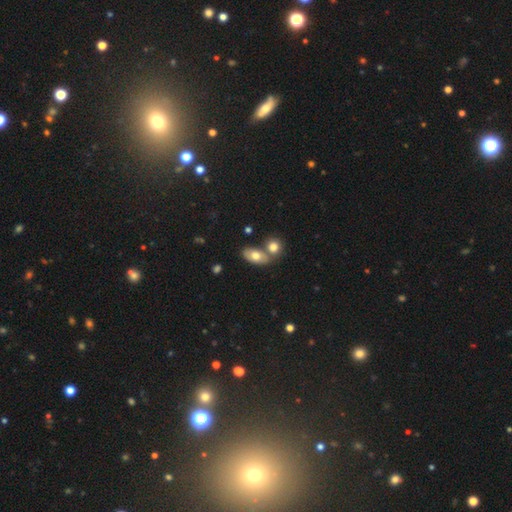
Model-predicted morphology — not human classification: A smooth galaxy with no disk features (69%) that is in between round and cigar-shaped (88%).

Vote fractions:
- Smooth or featured? smooth: 69% / featured or disk: 23% / star or artifact: 7%
- How rounded? in between: 88% / round: 8% / cigar-shaped: 4%
- Merging? none: 50% / merger: 36% / minor disturbance: 11% / major disturbance: 3%